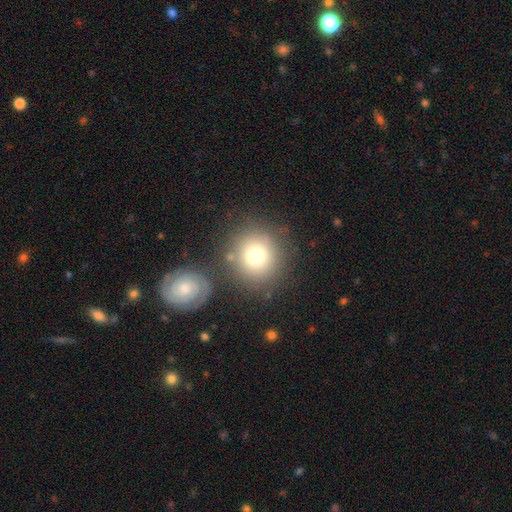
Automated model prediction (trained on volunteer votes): The model was most divided on "smooth or featured": smooth: 73%, featured or disk: 15%, star or artifact: 12%. More confident: how rounded — round (92%); merging — none (76%).